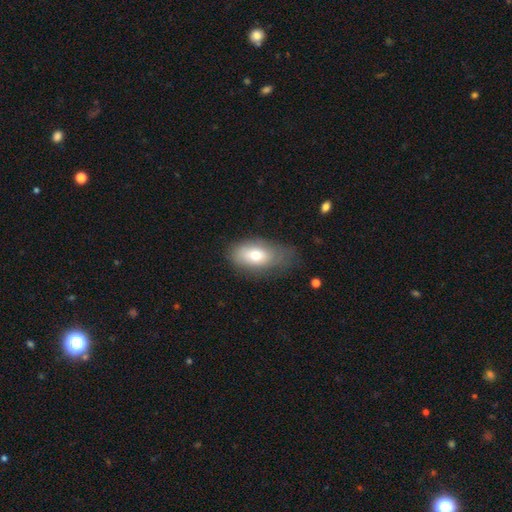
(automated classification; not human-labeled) This appears to be a smooth galaxy with no disk features (72%) that is in between round and cigar-shaped (90%). Merging: none (51%).